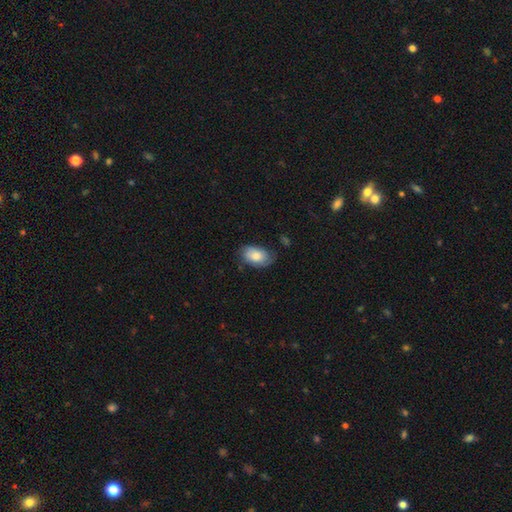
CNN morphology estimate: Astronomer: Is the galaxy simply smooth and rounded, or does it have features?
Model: smooth — 74%.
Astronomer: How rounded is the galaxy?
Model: in between — 92%.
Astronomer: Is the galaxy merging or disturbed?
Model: none — 65%.